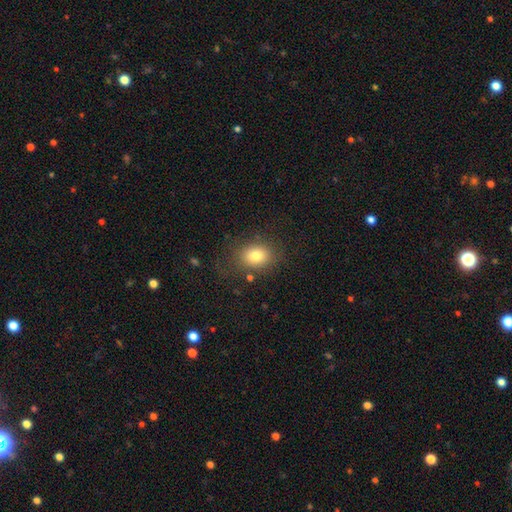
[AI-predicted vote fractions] smooth_or_featured: smooth (p=0.80) [alt: star or artifact p=0.11]
how_rounded: in between (p=0.59) [alt: round p=0.40]
merging: none (p=0.76) [alt: minor disturbance p=0.15]